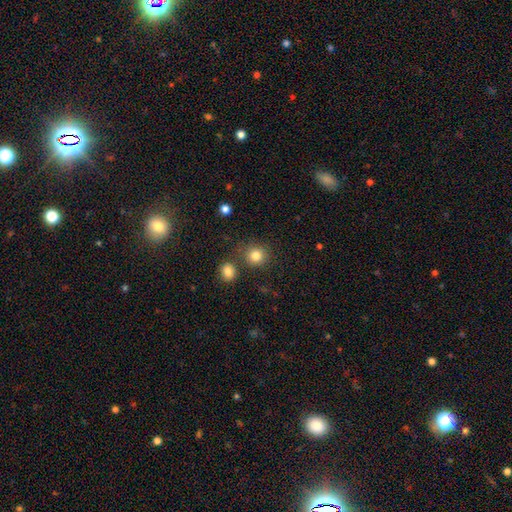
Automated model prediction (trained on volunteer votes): smooth_or_featured: smooth (p=0.82) [alt: star or artifact p=0.12]
how_rounded: round (p=0.89) [alt: in between p=0.10]
merging: none (p=0.79) [alt: merger p=0.10]